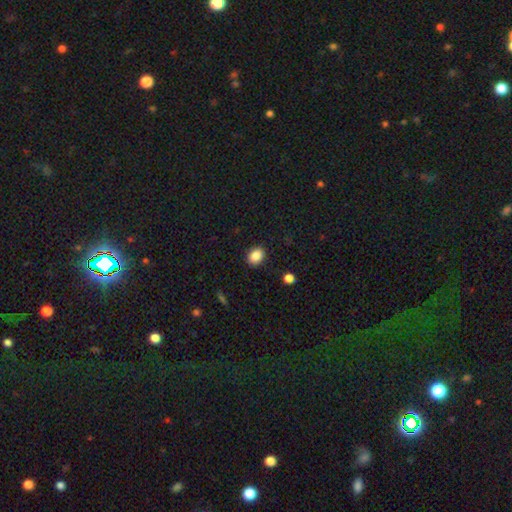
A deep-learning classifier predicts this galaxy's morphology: Smooth or featured?
  - smooth: 87% *
  - star or artifact: 9%
  - featured or disk: 4%
How rounded?
  - in between: 57% *
  - round: 42%
  - cigar-shaped: 1%
Merging?
  - none: 89% *
  - minor disturbance: 7%
  - major disturbance: 2%
  - merger: 1%